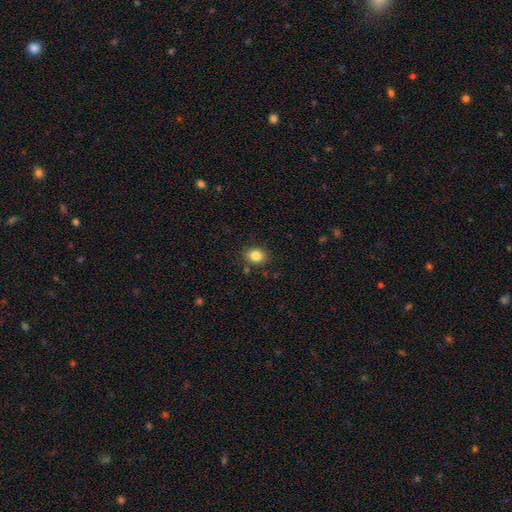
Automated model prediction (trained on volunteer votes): This appears to be a smooth galaxy with no disk features (84%) that is round (50%). Merging: none (84%).